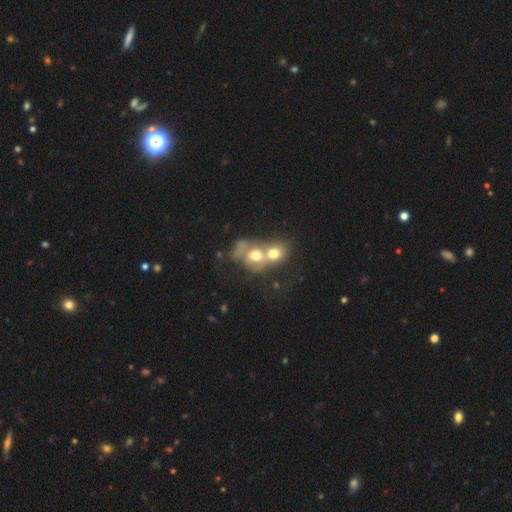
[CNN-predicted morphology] Q: Smooth or featured?
A: smooth (58%); runner-up: featured or disk (29%)
Q: How rounded?
A: round (62%); runner-up: in between (36%)
Q: Merging?
A: merger (75%); runner-up: none (13%)